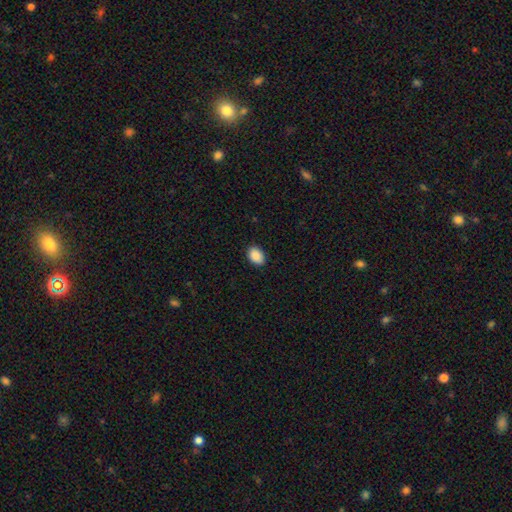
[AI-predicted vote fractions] Smooth or featured? smooth (89%)
How rounded? in between (81%)
Merging? none (88%)